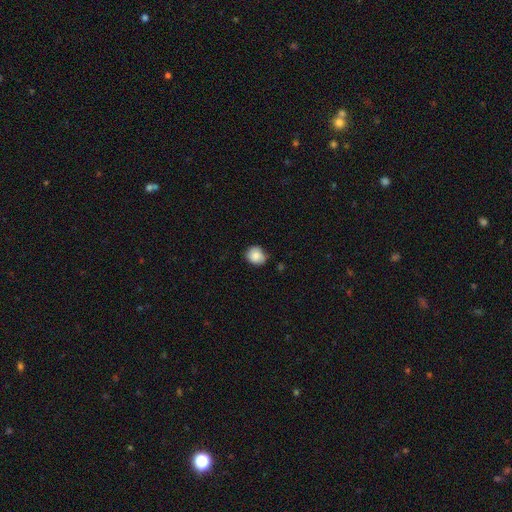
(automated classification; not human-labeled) Smooth or featured: smooth — 85% (star or artifact — 8%)
How rounded: round — 73% (in between — 26%)
Merging: none — 69% (minor disturbance — 26%)